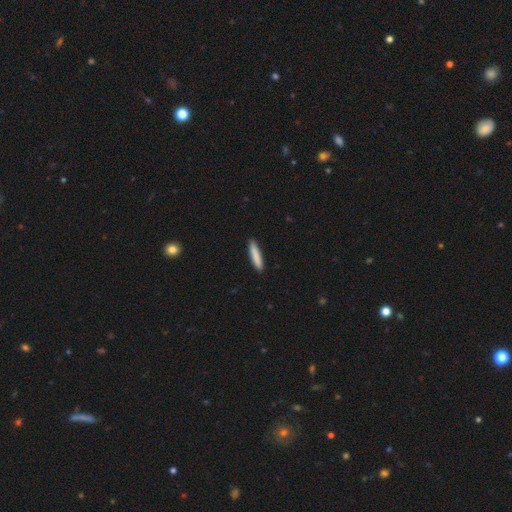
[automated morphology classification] Overall: smooth (85%). How rounded: cigar-shaped (90%). Merging: none (91%).